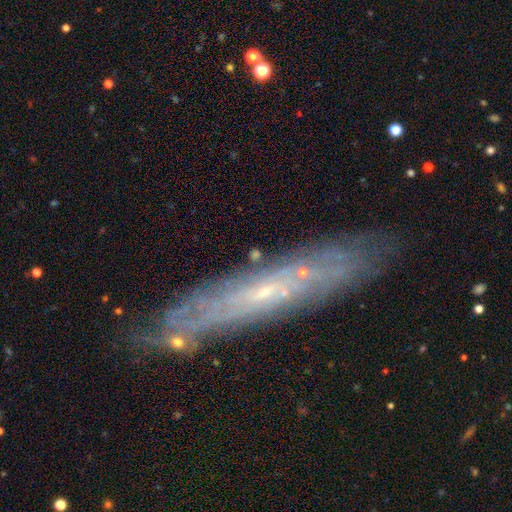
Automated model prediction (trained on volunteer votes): Q: Smooth or featured?
A: featured or disk (57%); runner-up: smooth (29%)
Q: Edge-on disk?
A: no (53%); runner-up: yes (47%)
Q: Merging?
A: none (76%); runner-up: minor disturbance (16%)